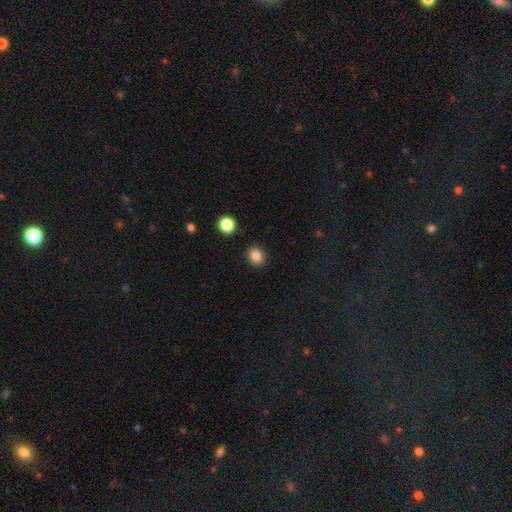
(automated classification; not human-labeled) Q: Smooth or featured?
A: smooth (86%); runner-up: star or artifact (11%)
Q: How rounded?
A: round (66%); runner-up: in between (33%)
Q: Merging?
A: none (89%); runner-up: minor disturbance (7%)